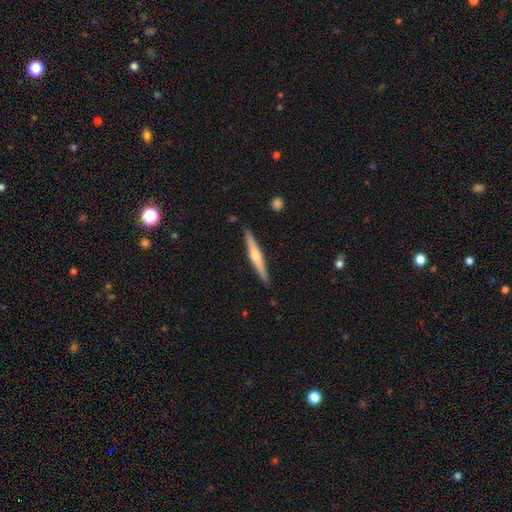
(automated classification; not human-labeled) smooth_or_featured: featured or disk (p=0.58) [alt: smooth p=0.37]
disk_edge_on: yes (p=0.97) [alt: no p=0.03]
edge_on_bulge: rounded (p=0.78) [alt: none p=0.15]
merging: none (p=0.90) [alt: minor disturbance p=0.07]